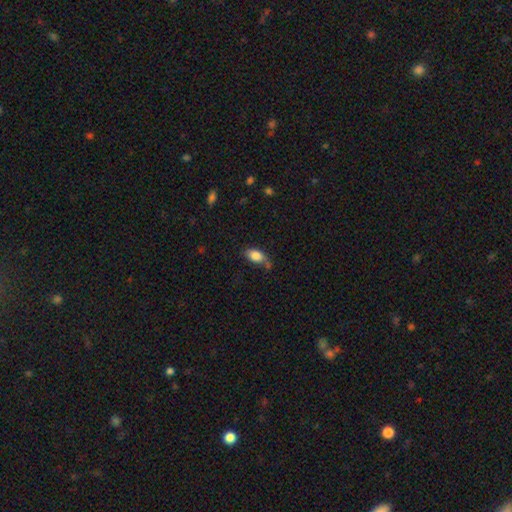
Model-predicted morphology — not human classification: The model was most divided on "merging": none: 57%, minor disturbance: 26%, merger: 9%, major disturbance: 8%. More confident: how rounded — in between (89%); smooth or featured — smooth (83%).